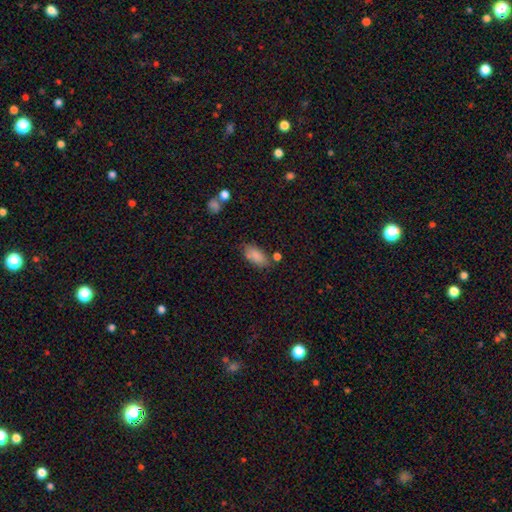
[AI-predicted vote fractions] Smooth or featured: smooth — 86% (star or artifact — 8%)
How rounded: in between — 90% (cigar-shaped — 7%)
Merging: none — 68% (minor disturbance — 19%)